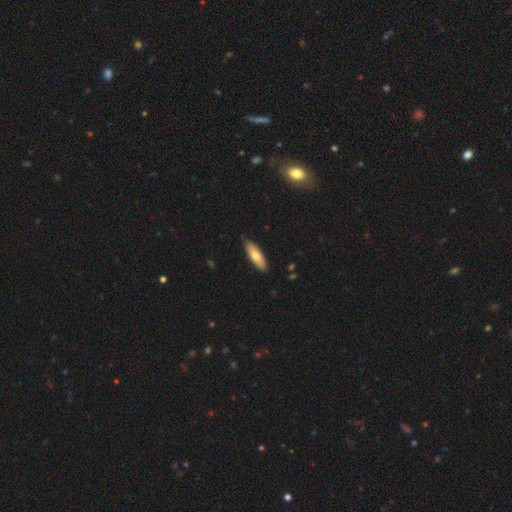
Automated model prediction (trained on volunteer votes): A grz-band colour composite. It shows a smooth galaxy with no disk features (72%) that is in between round and cigar-shaped (53%). Merging: none (86%).